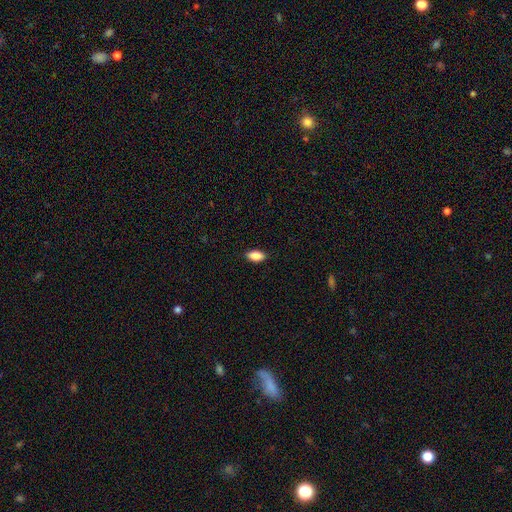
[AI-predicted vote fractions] Morphology: type=smooth (88%); roundness=in between (90%); merging=none (88%).